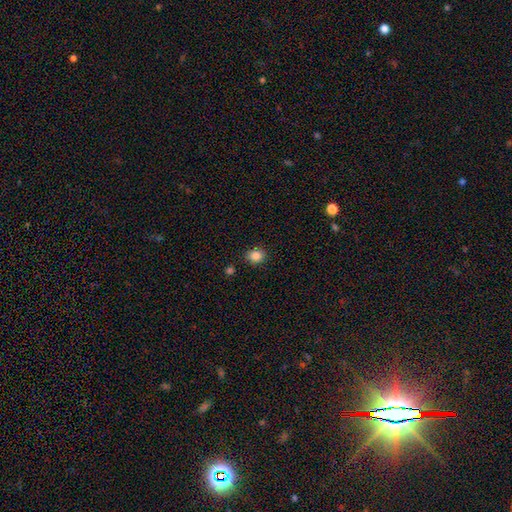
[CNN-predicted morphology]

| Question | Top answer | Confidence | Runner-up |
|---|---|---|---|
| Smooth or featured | smooth | 85% | star or artifact (11%) |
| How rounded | round | 71% | in between (28%) |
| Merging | none | 84% | minor disturbance (11%) |